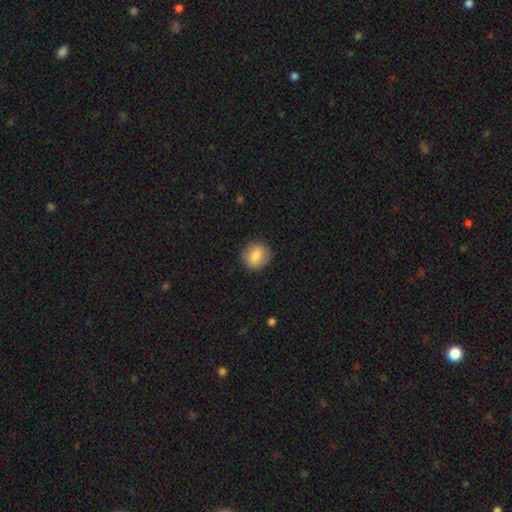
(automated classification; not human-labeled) A smooth galaxy with no disk features (80%) that is round (85%). Merging: none (89%).